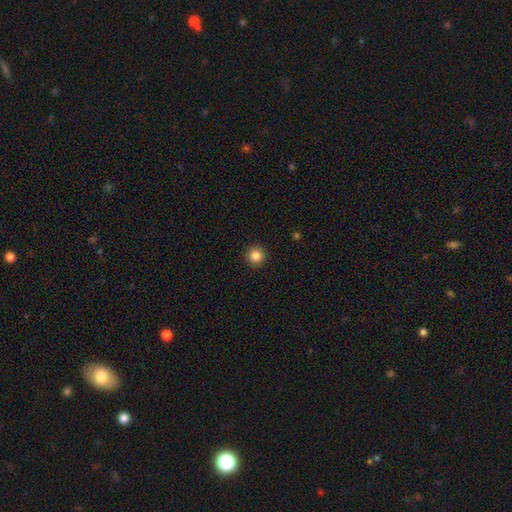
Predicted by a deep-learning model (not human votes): A smooth galaxy with no disk features (85%) that is round (96%).

Vote fractions:
- Smooth or featured? smooth: 85% / star or artifact: 11% / featured or disk: 4%
- How rounded? round: 96% / in between: 3% / cigar-shaped: 1%
- Merging? none: 93% / minor disturbance: 4% / major disturbance: 2% / merger: 1%